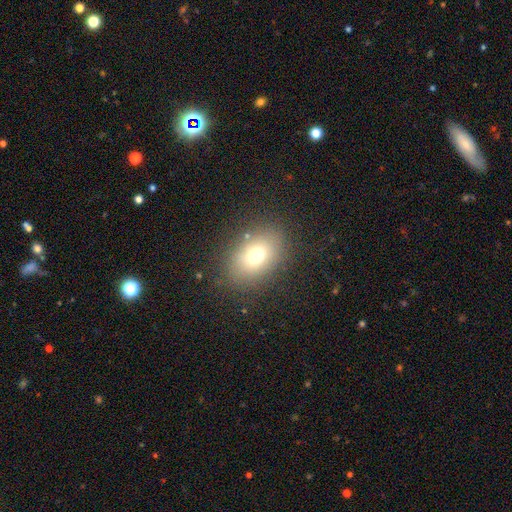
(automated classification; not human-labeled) A smooth galaxy with no disk features (72%) that is in between round and cigar-shaped (73%).

Vote fractions:
- Smooth or featured? smooth: 72% / featured or disk: 14% / star or artifact: 14%
- How rounded? in between: 73% / round: 26% / cigar-shaped: 1%
- Merging? none: 82% / minor disturbance: 11% / major disturbance: 5% / merger: 2%